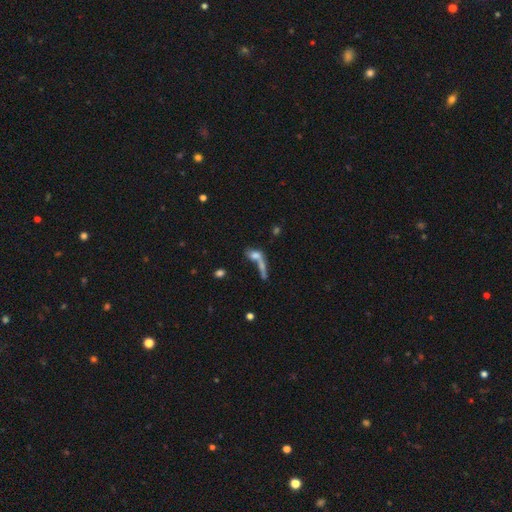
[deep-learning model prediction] Q: Smooth or featured?
A: smooth (60%); runner-up: featured or disk (26%)
Q: How rounded?
A: in between (51%); runner-up: cigar-shaped (33%)
Q: Merging?
A: merger (50%); runner-up: none (28%)